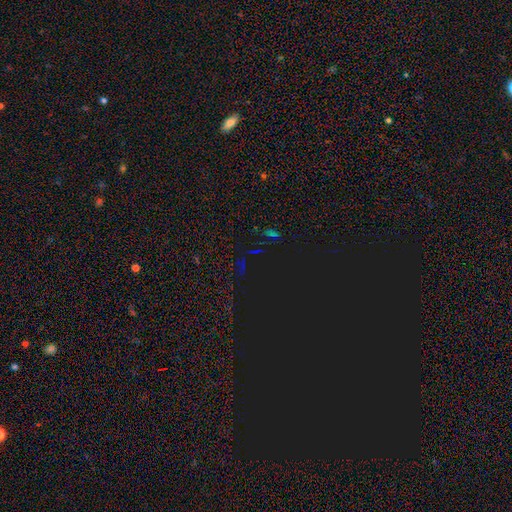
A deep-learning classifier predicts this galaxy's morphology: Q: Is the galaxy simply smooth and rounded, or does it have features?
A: star or artifact — 79%.